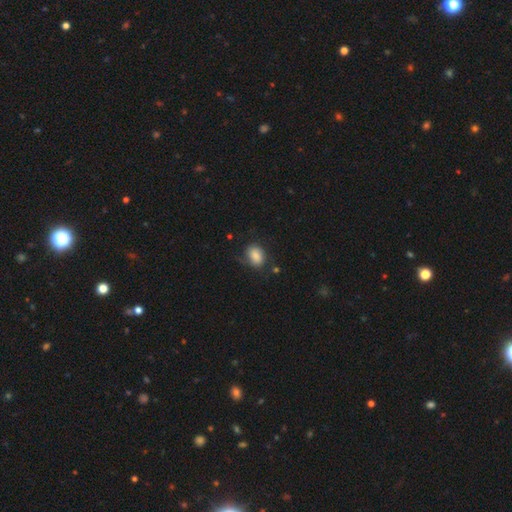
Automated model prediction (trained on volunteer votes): Smooth or featured? Predicted: smooth (p=0.81). How rounded? Predicted: in between (p=0.70). Merging? Predicted: none (p=0.63).